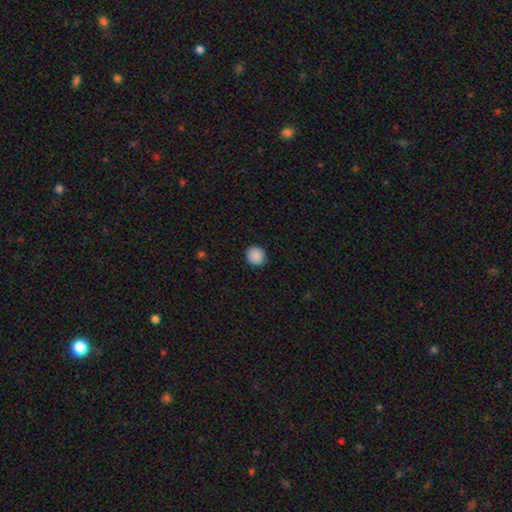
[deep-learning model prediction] Smooth or featured? smooth (89%)
How rounded? round (89%)
Merging? none (90%)